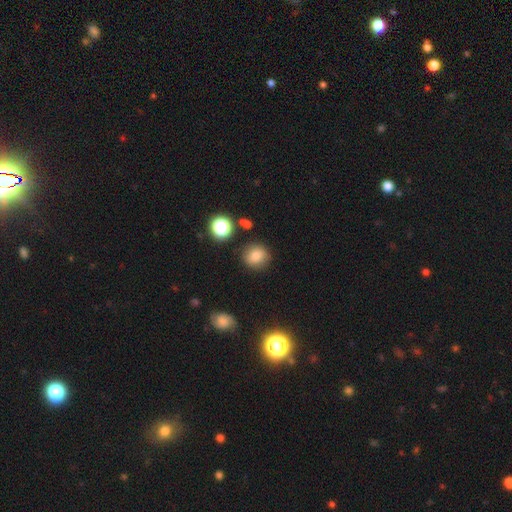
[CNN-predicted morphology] This is clearly a smooth galaxy (80%). How rounded: clearly round (85%). Merging: clearly none (85%).